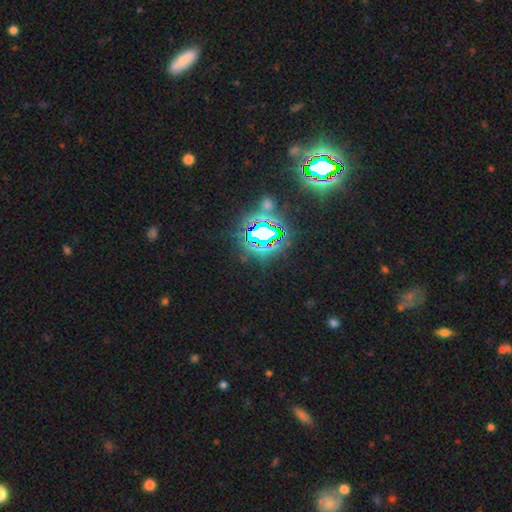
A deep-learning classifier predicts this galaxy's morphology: Q: Smooth or featured?
A: star or artifact (82%); runner-up: smooth (12%)